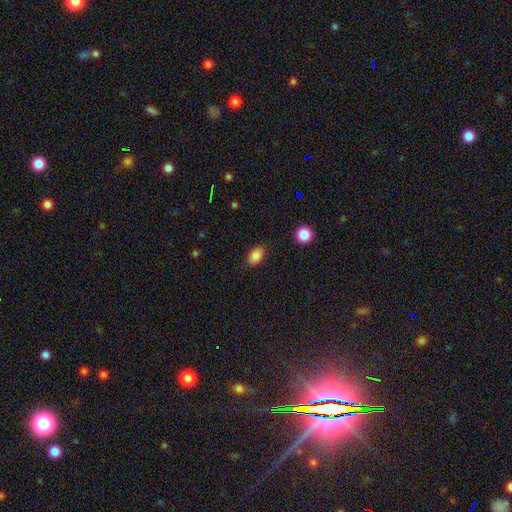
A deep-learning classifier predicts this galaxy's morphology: A smooth galaxy with no disk features (85%) that is in between round and cigar-shaped (83%). Merging: none (86%).